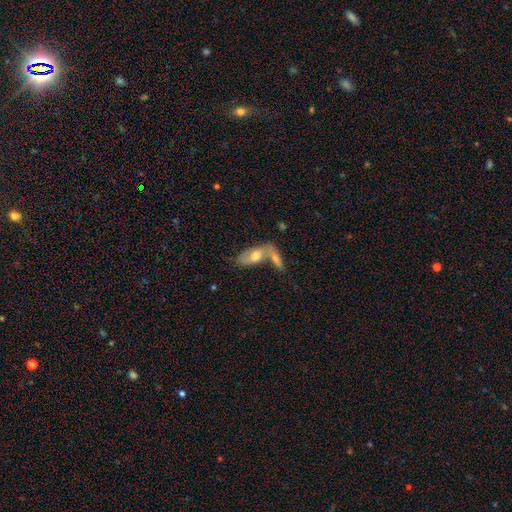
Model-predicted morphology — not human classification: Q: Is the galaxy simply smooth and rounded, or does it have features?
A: smooth — 49%.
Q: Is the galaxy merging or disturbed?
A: merger — 54%.